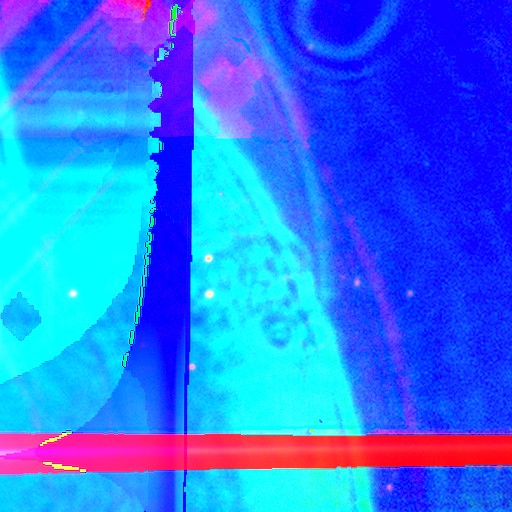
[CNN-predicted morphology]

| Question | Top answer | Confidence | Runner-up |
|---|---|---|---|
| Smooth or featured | star or artifact | 88% | featured or disk (6%) |